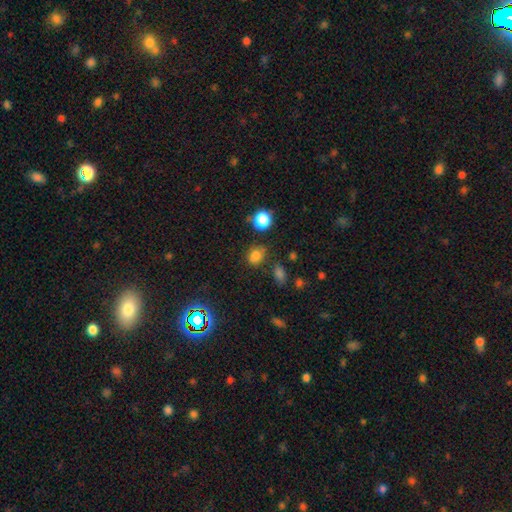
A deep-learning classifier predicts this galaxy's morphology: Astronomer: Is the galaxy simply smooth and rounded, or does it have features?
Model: smooth — 74%.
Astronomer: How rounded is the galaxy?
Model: round — 56% (runner-up: in between, 42%).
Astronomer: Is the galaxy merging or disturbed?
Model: none — 71%.